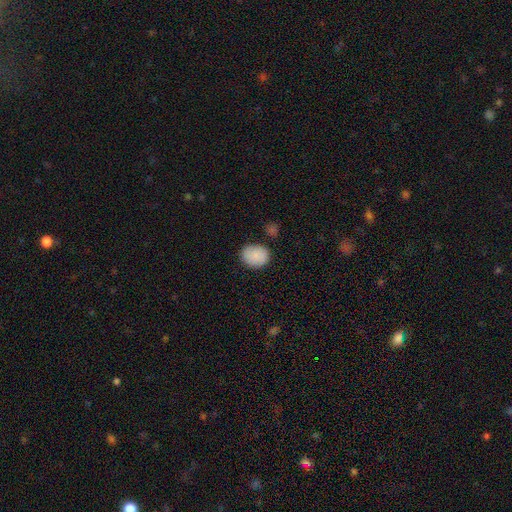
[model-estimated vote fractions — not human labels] Morphology: type=smooth (89%); roundness=round (56%); merging=none (79%).